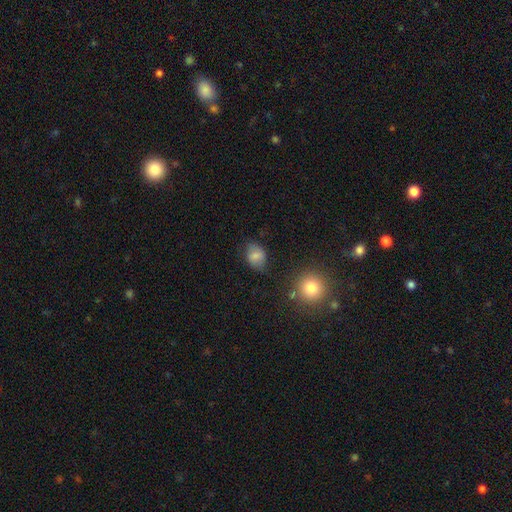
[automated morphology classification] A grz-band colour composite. It shows a smooth galaxy with no disk features (78%) that is in between round and cigar-shaped (62%). Merging: none (72%).